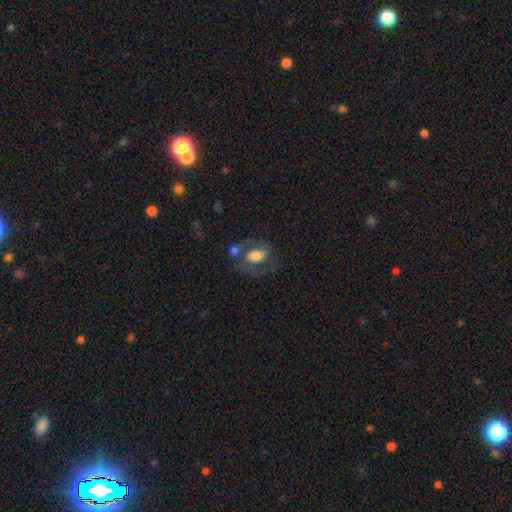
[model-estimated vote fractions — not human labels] The model was most divided on "smooth or featured": smooth: 52%, featured or disk: 39%, star or artifact: 8%. Remaining: how rounded — in between (80%); merging — none (43%).